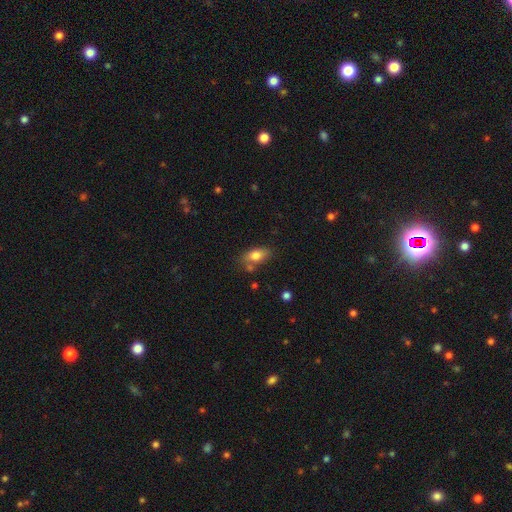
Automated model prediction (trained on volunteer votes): Smooth or featured?
  - smooth: 79% *
  - featured or disk: 13%
  - star or artifact: 8%
How rounded?
  - in between: 86% *
  - round: 7%
  - cigar-shaped: 7%
Merging?
  - none: 71% *
  - minor disturbance: 17%
  - merger: 9%
  - major disturbance: 4%